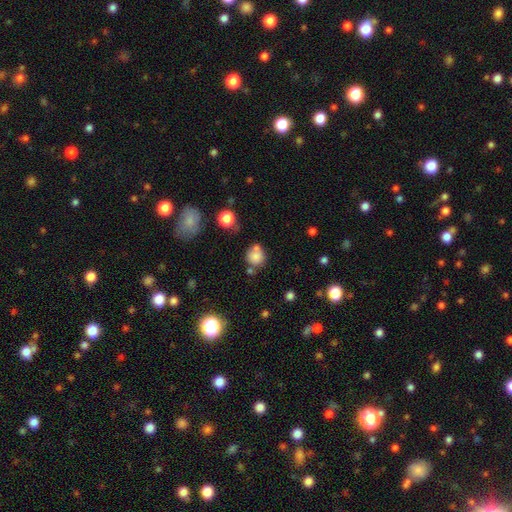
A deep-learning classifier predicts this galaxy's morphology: Smooth or featured: smooth — 78% (star or artifact — 12%)
How rounded: round — 83% (in between — 16%)
Merging: none — 56% (merger — 21%)